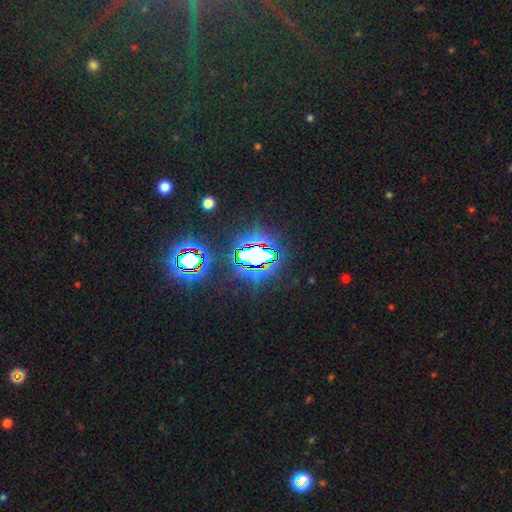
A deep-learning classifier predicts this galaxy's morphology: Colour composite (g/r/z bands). It shows a star or artifact, not a galaxy (75%).